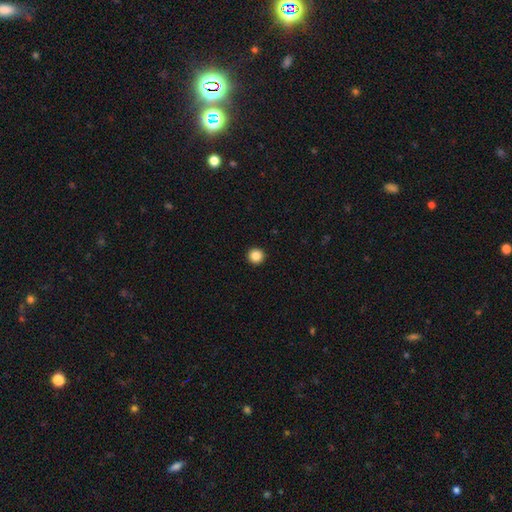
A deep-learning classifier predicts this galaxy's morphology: The model was most divided on "smooth or featured": smooth: 86%, star or artifact: 10%, featured or disk: 4%. More confident: how rounded — round (96%); merging — none (94%).